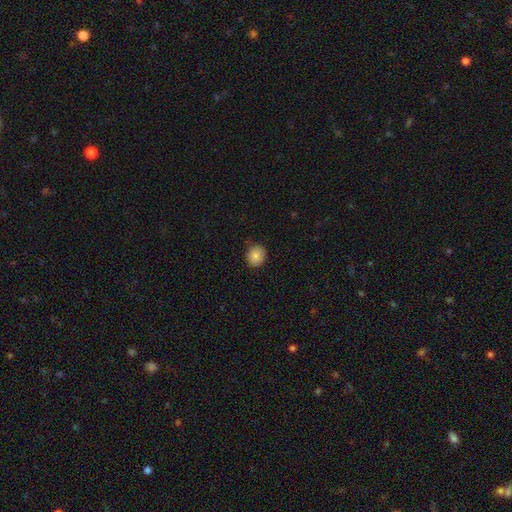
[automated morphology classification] Smooth or featured? Predicted: smooth (p=0.86). How rounded? Predicted: round (p=0.78). Merging? Predicted: none (p=0.87).